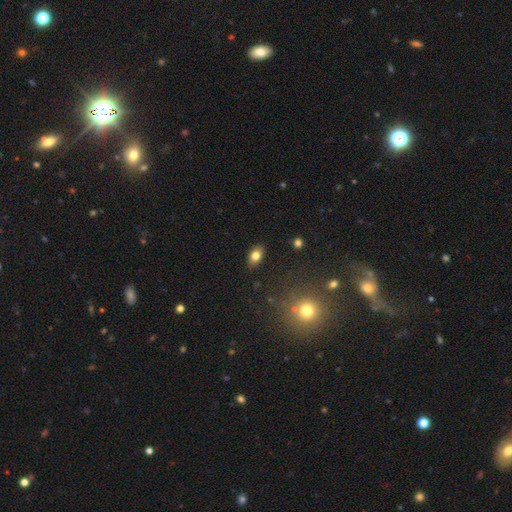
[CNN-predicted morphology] Smooth or featured: smooth — 78% (featured or disk — 12%)
How rounded: in between — 87% (round — 11%)
Merging: none — 87% (minor disturbance — 10%)